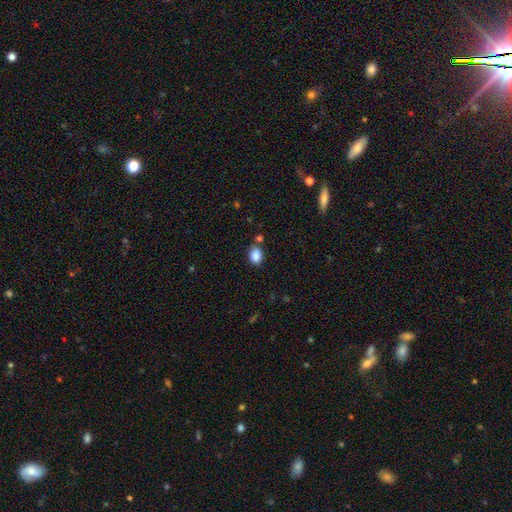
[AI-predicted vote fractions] Overall: smooth (87%). How rounded: in between (73%). Merging: none (75%).